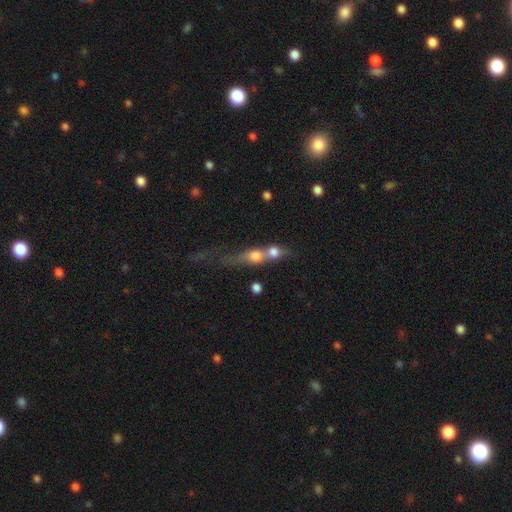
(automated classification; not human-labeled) Smooth or featured? smooth (54%)
How rounded? round (41%)
Merging? merger (70%)